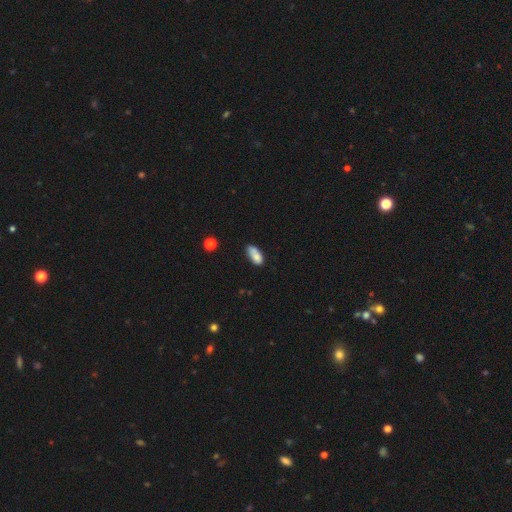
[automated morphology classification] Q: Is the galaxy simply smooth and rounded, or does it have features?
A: smooth — 78%.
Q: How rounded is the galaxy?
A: in between — 85%.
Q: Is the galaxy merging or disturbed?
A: none — 52%.